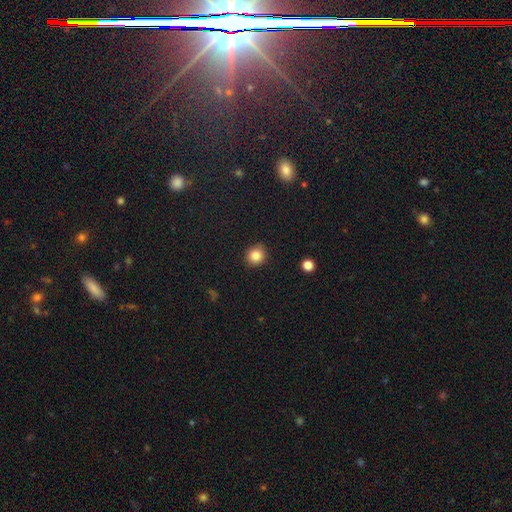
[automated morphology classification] Smooth or featured?
  - smooth: 84% *
  - star or artifact: 11%
  - featured or disk: 5%
How rounded?
  - round: 87% *
  - in between: 12%
  - cigar-shaped: 1%
Merging?
  - none: 89% *
  - minor disturbance: 8%
  - major disturbance: 2%
  - merger: 1%